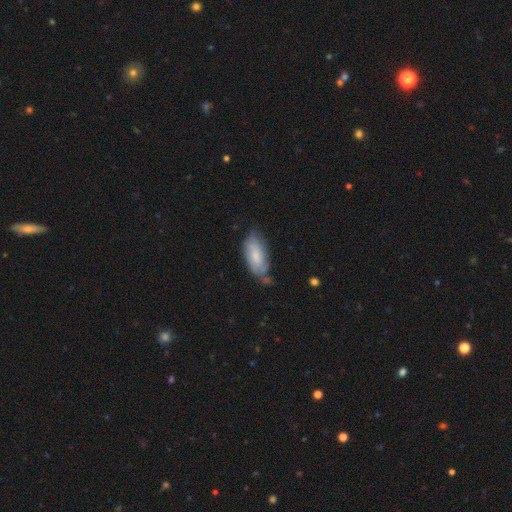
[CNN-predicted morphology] smooth 62%, featured or disk 32%, star or artifact 6%. Down the decision tree: how rounded — in between (87%); merging — none (53%).